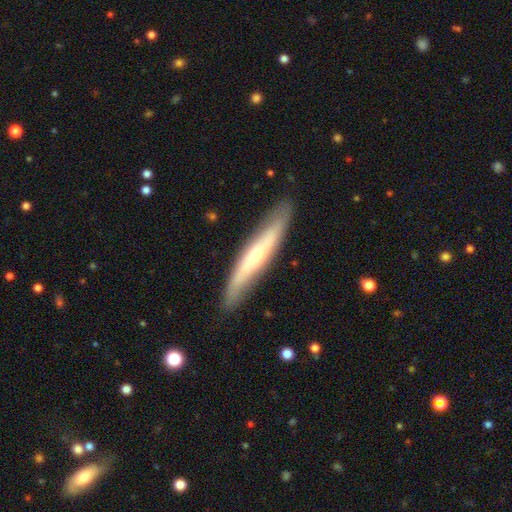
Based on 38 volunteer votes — Smooth or featured? 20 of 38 (53%) said smooth. How rounded? 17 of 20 (85%) said cigar-shaped. Merging? 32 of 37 (86%) said none.